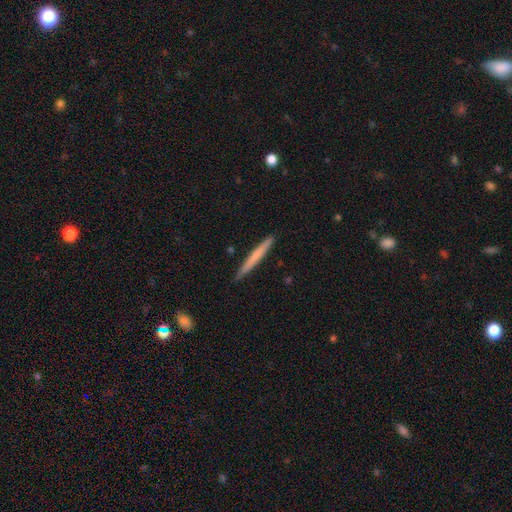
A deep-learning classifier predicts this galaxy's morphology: A smooth galaxy with no disk features (63%) that is cigar-shaped (97%).

Vote fractions:
- Smooth or featured? smooth: 63% / featured or disk: 32% / star or artifact: 5%
- How rounded? cigar-shaped: 97% / in between: 2% / round: 1%
- Merging? none: 89% / minor disturbance: 8% / major disturbance: 1% / merger: 1%